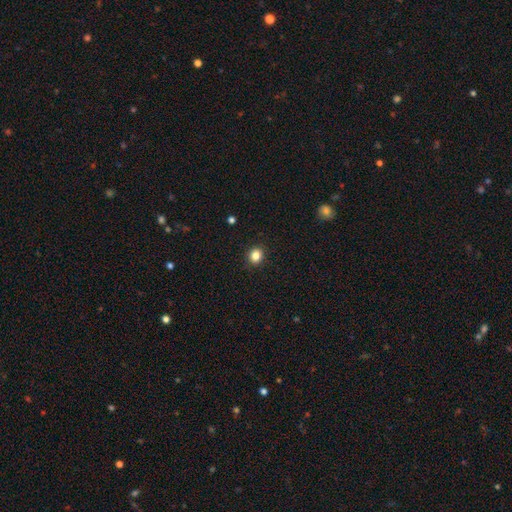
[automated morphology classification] type=smooth (84%); roundness=round (76%); merging=none (90%).